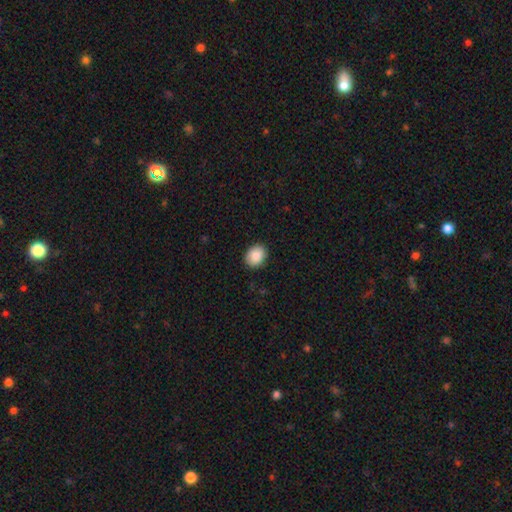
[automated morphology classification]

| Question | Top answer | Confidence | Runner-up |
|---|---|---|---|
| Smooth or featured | smooth | 90% | star or artifact (7%) |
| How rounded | in between | 55% | round (44%) |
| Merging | none | 89% | minor disturbance (8%) |